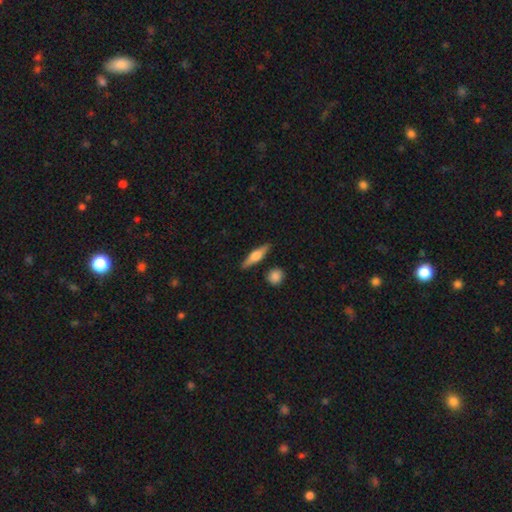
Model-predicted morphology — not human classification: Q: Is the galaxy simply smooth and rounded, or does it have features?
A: featured or disk — 52%.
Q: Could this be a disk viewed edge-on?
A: yes — 95%.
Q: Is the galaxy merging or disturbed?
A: none — 87%.